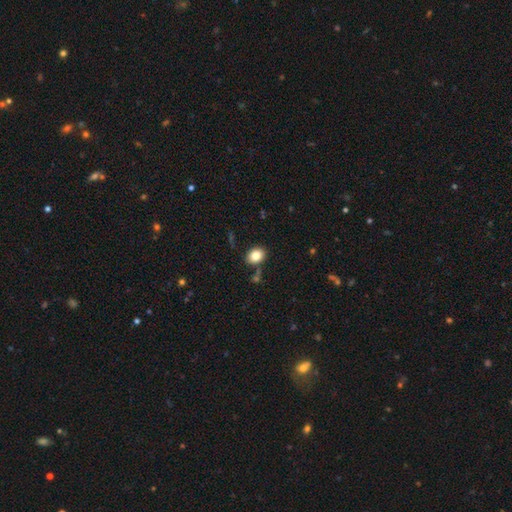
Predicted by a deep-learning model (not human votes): Morphology: type=smooth (83%); roundness=in between (63%); merging=none (80%).